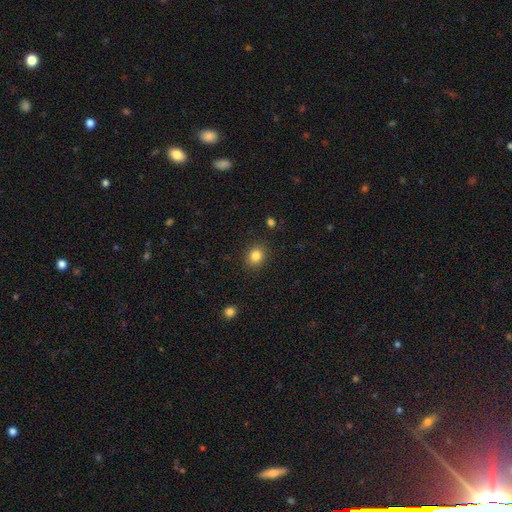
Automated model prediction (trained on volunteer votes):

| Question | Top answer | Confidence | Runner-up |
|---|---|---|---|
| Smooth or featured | smooth | 84% | star or artifact (11%) |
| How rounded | round | 70% | in between (29%) |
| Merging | none | 89% | minor disturbance (7%) |